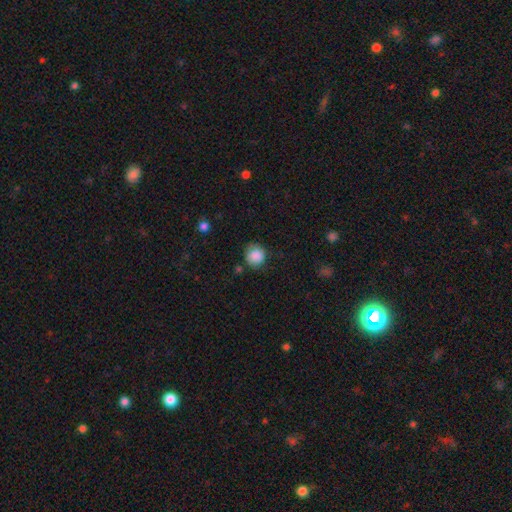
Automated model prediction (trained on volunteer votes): This appears to be a smooth galaxy with no disk features (87%) that is round (89%). Merging: none (75%).